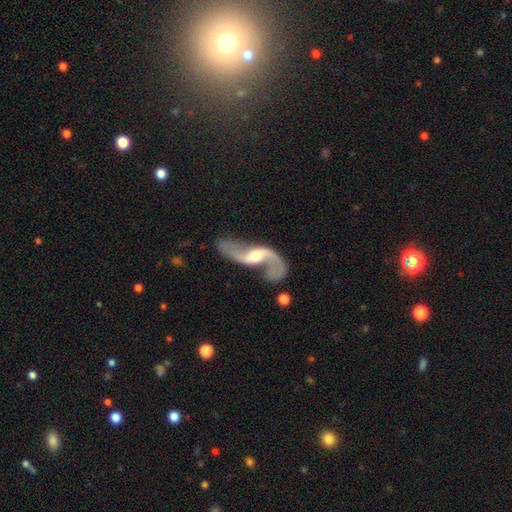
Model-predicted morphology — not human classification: This appears to be a featured or disk galaxy (89%) with a weak bar (45%), 2 (93%) loose (89%) spiral arms (96%) and a moderate central bulge (54%). Merging: none (66%).